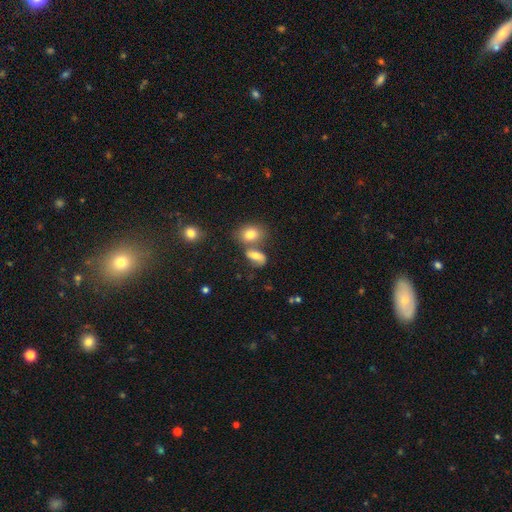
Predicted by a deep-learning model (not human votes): The model was most divided on "merging": none: 45%, merger: 32%, minor disturbance: 15%, major disturbance: 8%. More confident: how rounded — in between (79%); smooth or featured — smooth (65%).